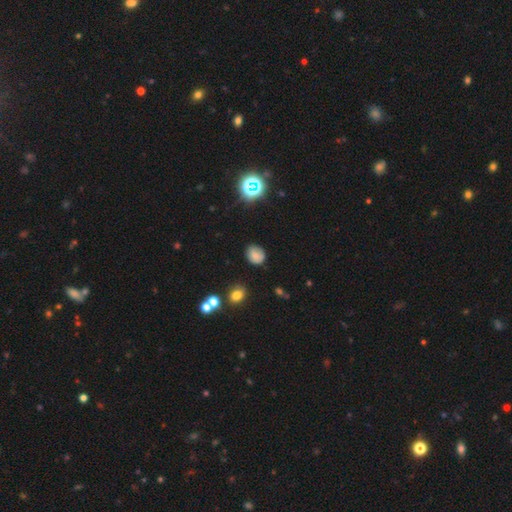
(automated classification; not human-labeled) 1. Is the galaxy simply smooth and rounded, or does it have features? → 73% smooth, 14% star or artifact, 13% featured or disk.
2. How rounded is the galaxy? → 60% round, 39% in between, 1% cigar-shaped.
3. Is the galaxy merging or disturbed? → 75% none, 18% minor disturbance, 4% major disturbance, 2% merger.